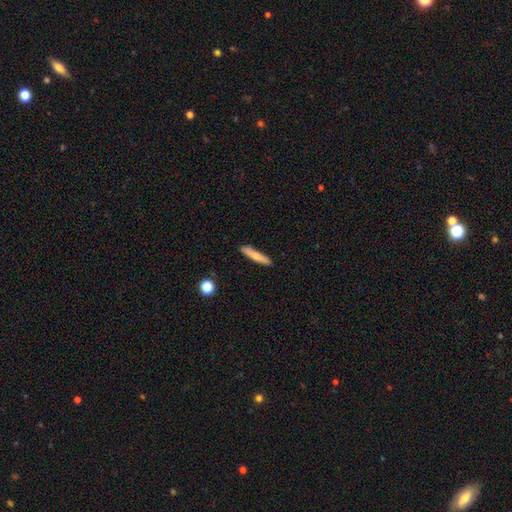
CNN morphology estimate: This is likely a smooth galaxy (72%). How rounded: clearly cigar-shaped (90%). Merging: clearly none (87%).